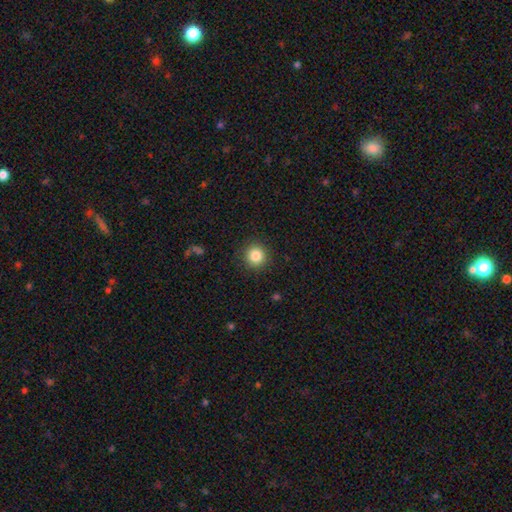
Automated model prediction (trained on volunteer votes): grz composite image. It shows a smooth galaxy with no disk features (84%) that is round (94%). Merging: none (91%).